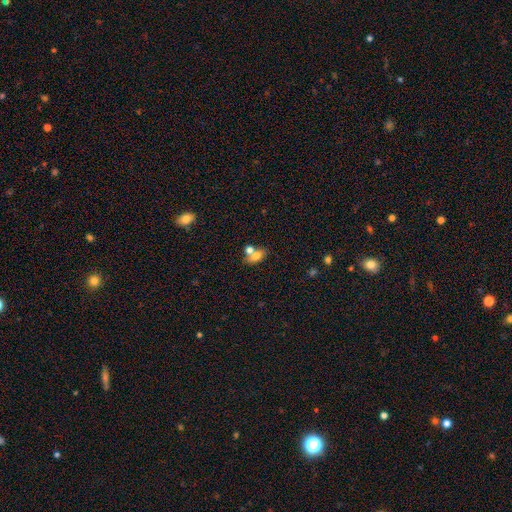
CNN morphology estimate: This appears to be a smooth galaxy with no disk features (73%) that is in between round and cigar-shaped (81%). Merging: none (43%).